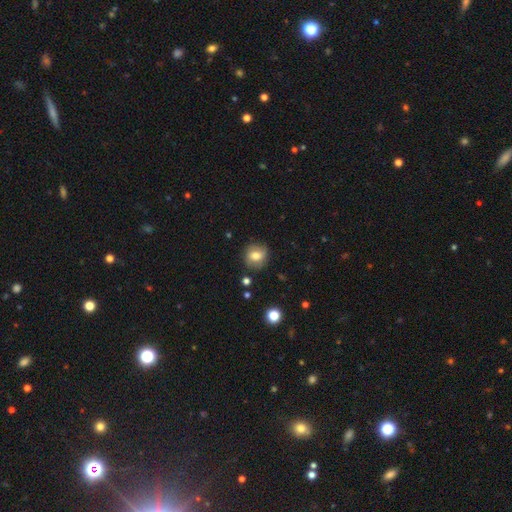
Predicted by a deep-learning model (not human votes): Q: Smooth or featured?
A: smooth (72%); runner-up: featured or disk (17%)
Q: How rounded?
A: round (77%); runner-up: in between (21%)
Q: Merging?
A: none (80%); runner-up: minor disturbance (15%)